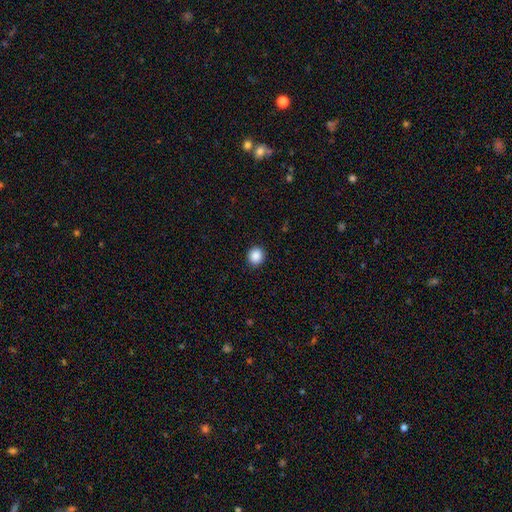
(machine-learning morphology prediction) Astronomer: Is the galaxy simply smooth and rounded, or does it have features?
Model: smooth — 89%.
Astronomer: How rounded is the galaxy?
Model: round — 88%.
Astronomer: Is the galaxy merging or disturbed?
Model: none — 91%.